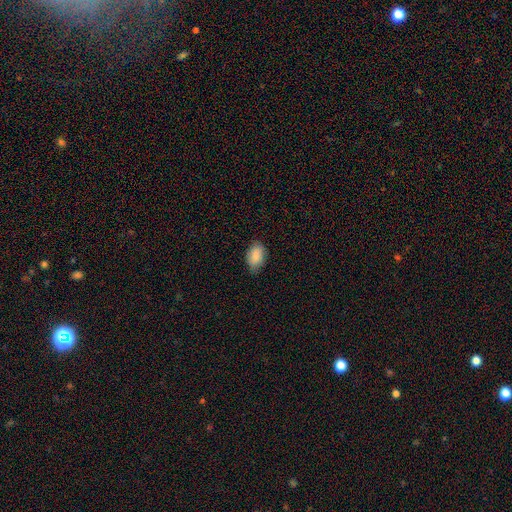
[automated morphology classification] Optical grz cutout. It shows a smooth galaxy with no disk features (85%) that is in between round and cigar-shaped (90%). Merging: none (78%).